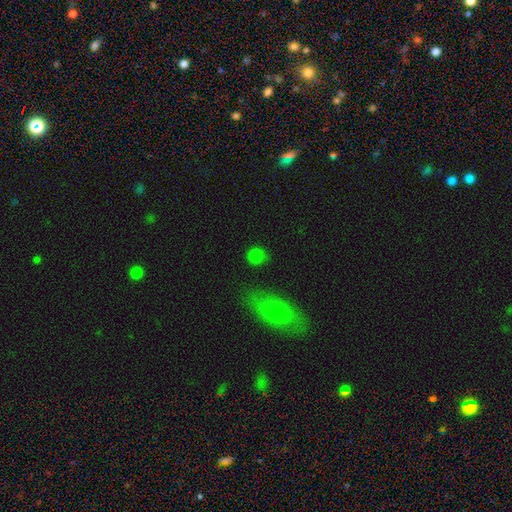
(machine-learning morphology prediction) Q: Smooth or featured?
A: smooth (81%); runner-up: star or artifact (14%)
Q: How rounded?
A: round (85%); runner-up: in between (13%)
Q: Merging?
A: none (83%); runner-up: minor disturbance (10%)